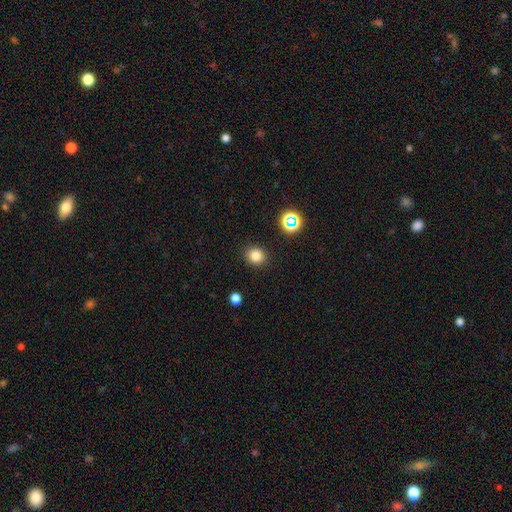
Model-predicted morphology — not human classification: smooth-or-featured: smooth: 81% | star or artifact: 14% | featured or disk: 5%
  how-rounded: round: 83% | in between: 17% | cigar-shaped: 1%
  merging: none: 89% | minor disturbance: 7% | major disturbance: 2% | merger: 1%